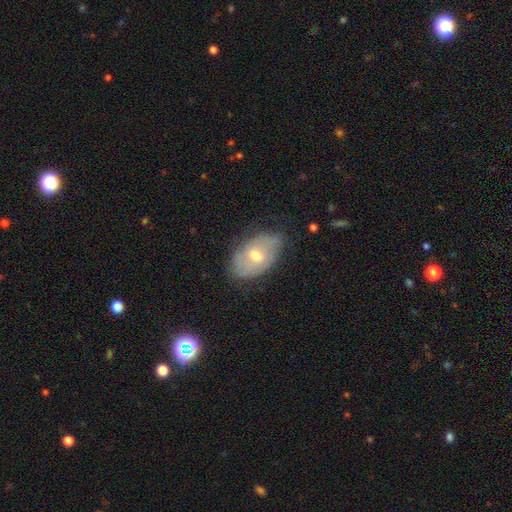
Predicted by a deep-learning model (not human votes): featured or disk 46%, smooth 45%, star or artifact 9%. Down the decision tree: merging — none (68%).